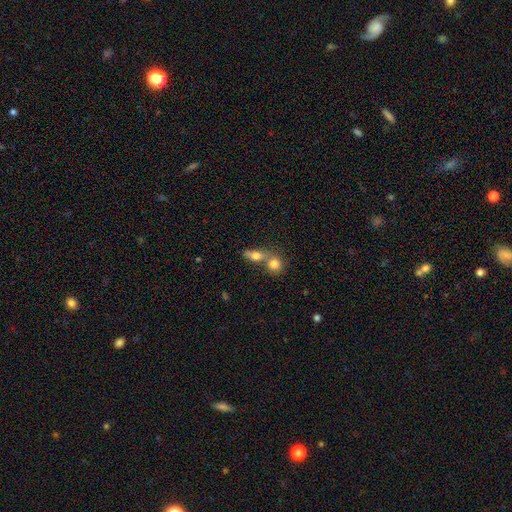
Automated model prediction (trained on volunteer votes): smooth_or_featured: smooth (p=0.69) [alt: featured or disk p=0.21]
how_rounded: in between (p=0.59) [alt: round p=0.25]
merging: merger (p=0.51) [alt: none p=0.36]